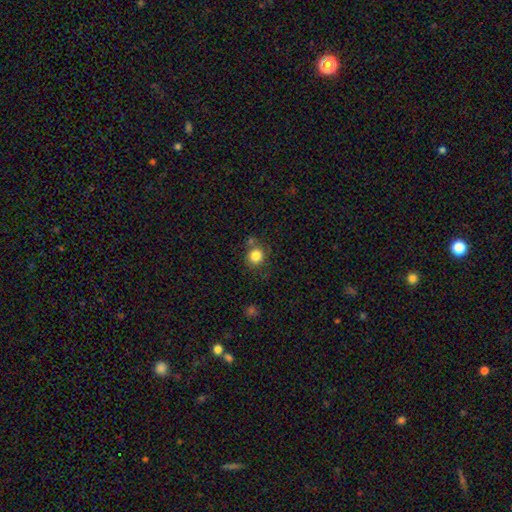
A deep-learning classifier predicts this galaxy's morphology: Smooth or featured?
  - smooth: 83% *
  - star or artifact: 11%
  - featured or disk: 6%
How rounded?
  - round: 89% *
  - in between: 10%
  - cigar-shaped: 1%
Merging?
  - none: 73% *
  - minor disturbance: 12%
  - merger: 12%
  - major disturbance: 4%